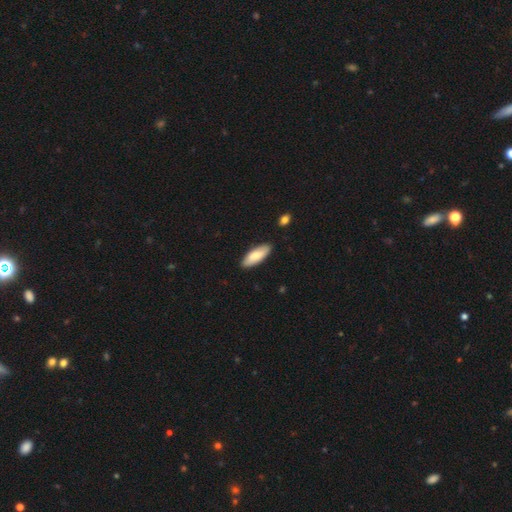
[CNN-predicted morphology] smooth-or-featured: smooth: 77% | featured or disk: 18% | star or artifact: 5%
  how-rounded: in between: 70% | cigar-shaped: 28% | round: 2%
  merging: none: 88% | minor disturbance: 9% | major disturbance: 2% | merger: 1%